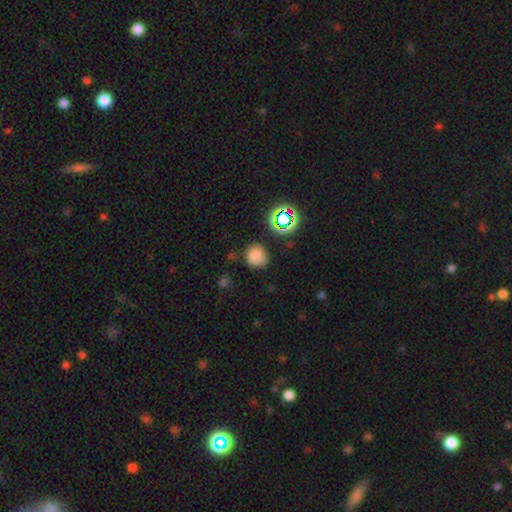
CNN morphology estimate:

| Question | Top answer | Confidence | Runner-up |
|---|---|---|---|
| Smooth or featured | smooth | 77% | star or artifact (17%) |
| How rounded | round | 84% | in between (15%) |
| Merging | none | 76% | minor disturbance (16%) |